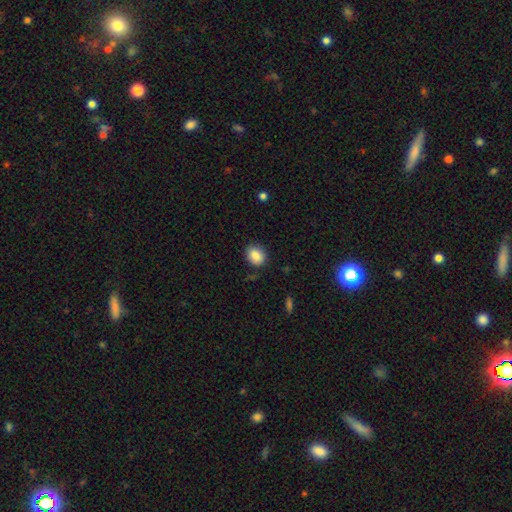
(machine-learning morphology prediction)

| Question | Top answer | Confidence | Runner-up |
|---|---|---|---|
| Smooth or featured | smooth | 86% | star or artifact (8%) |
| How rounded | round | 49% | tied: in between (49%) |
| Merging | none | 82% | minor disturbance (14%) |